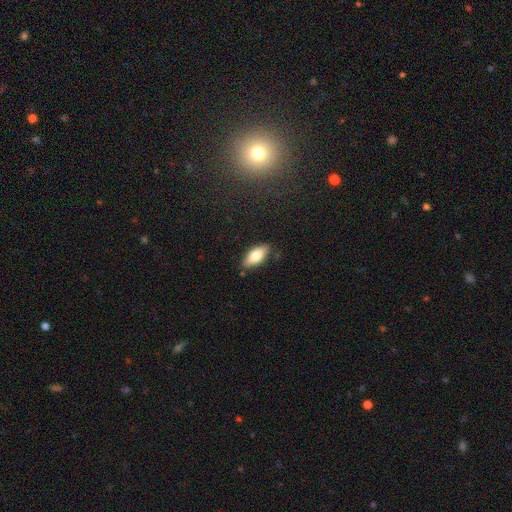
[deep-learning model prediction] This appears to be a smooth galaxy with no disk features (75%) that is in between round and cigar-shaped (83%). Merging: none (82%).